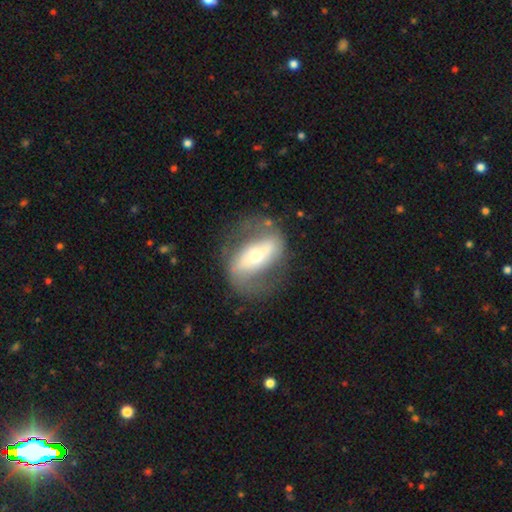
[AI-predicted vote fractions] Smooth or featured? featured or disk (73%)
Edge-on disk? no (92%)
Bar? strong (48%)
Spiral arms? yes (72%)
Bulge size? moderate (49%)
Merging? none (69%)